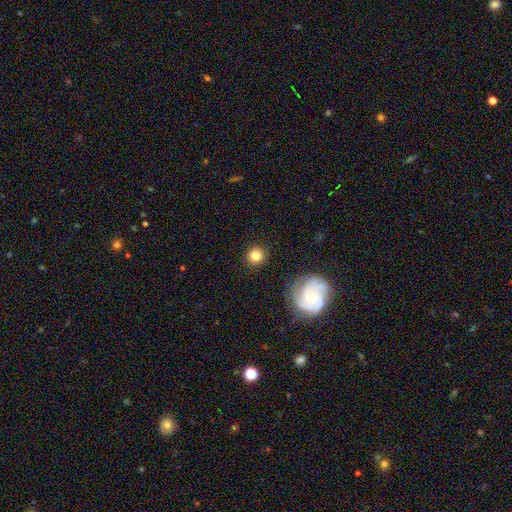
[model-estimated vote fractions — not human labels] This is clearly a smooth galaxy (81%). How rounded: clearly round (91%). Merging: clearly none (89%).